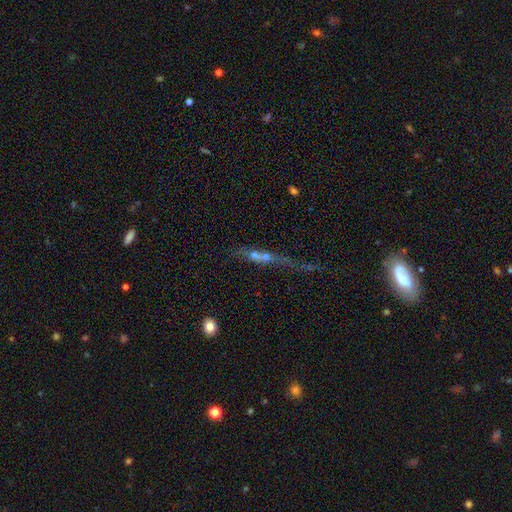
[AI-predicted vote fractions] A featured or disk galaxy (44%). Merging: merger (46%).